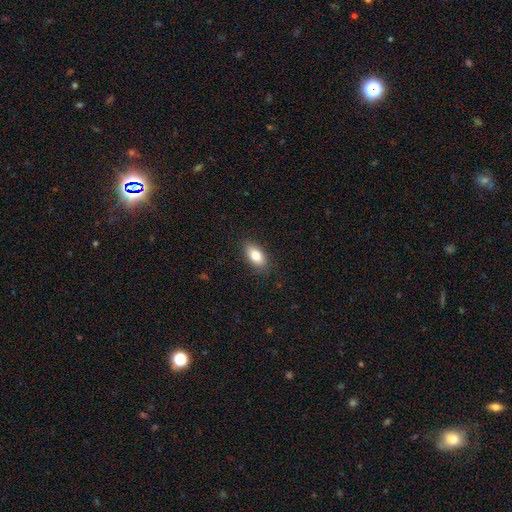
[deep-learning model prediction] Overall: smooth (81%). How rounded: in between (90%). Merging: none (87%).